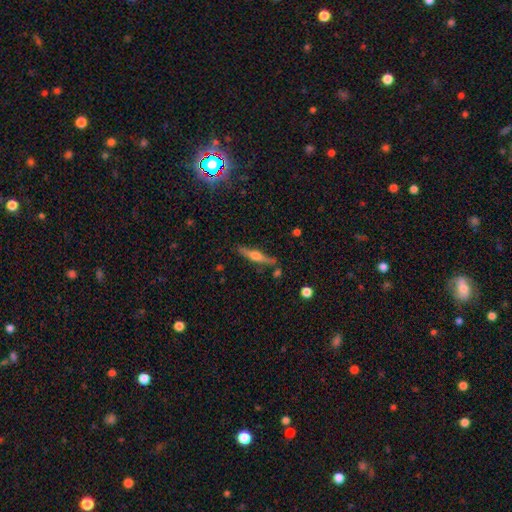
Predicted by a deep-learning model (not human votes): Smooth or featured? featured or disk (61%)
Edge-on disk? yes (96%)
Edge-on bulge? rounded (89%)
Merging? none (81%)